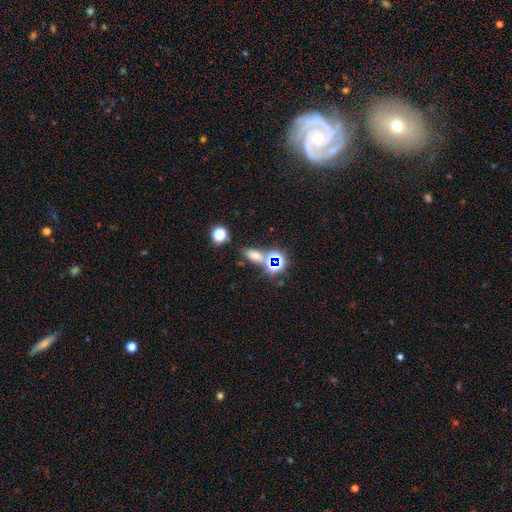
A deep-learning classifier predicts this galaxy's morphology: smooth 59%, star or artifact 31%, featured or disk 9%. Down the decision tree: how rounded — in between (75%); merging — none (66%).